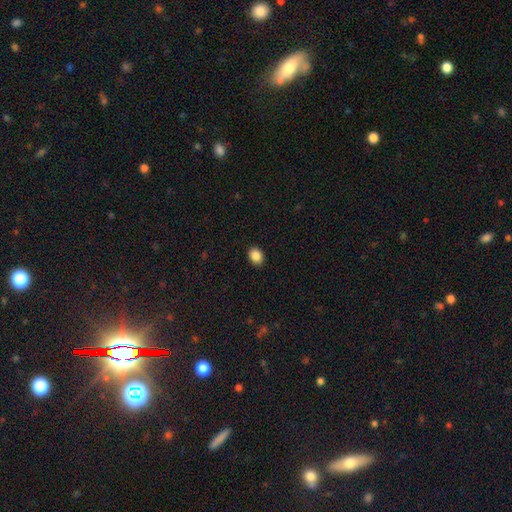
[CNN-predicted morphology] This appears to be a smooth galaxy with no disk features (88%) that is in between round and cigar-shaped (61%). Merging: none (91%).